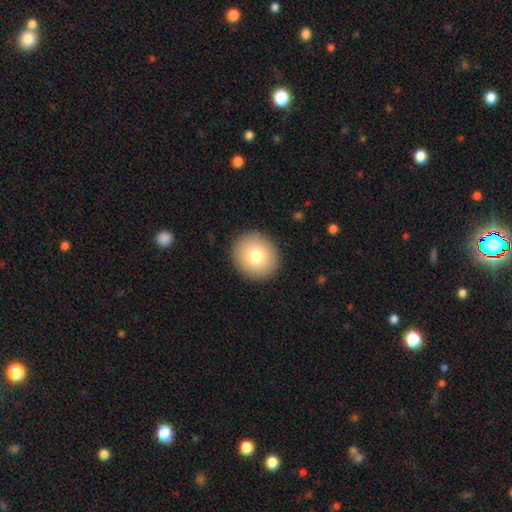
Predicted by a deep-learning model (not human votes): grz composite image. It shows a smooth galaxy with no disk features (78%) that is round (82%). Merging: none (91%).